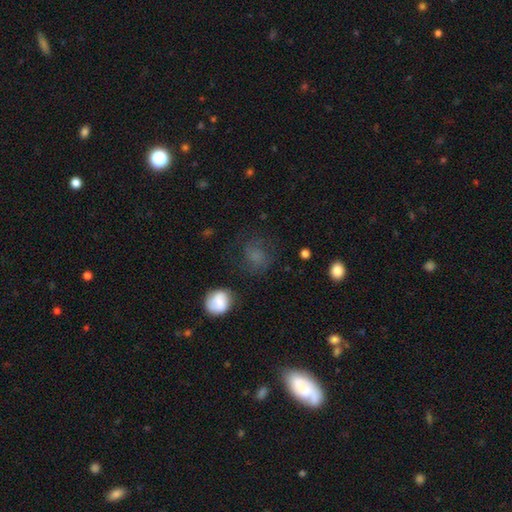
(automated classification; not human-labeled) Smooth or featured: smooth — 65% (star or artifact — 19%)
How rounded: round — 72% (in between — 27%)
Merging: none — 63% (minor disturbance — 19%)